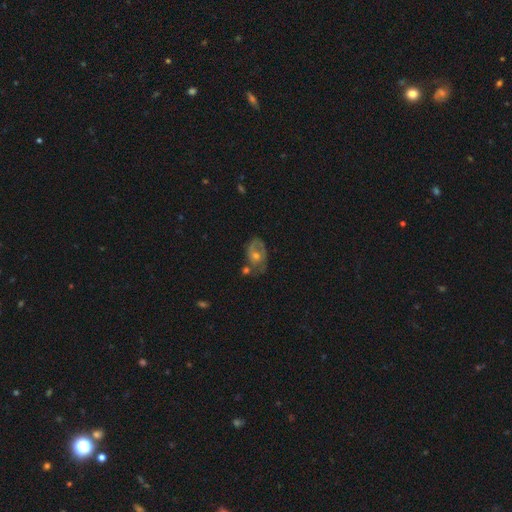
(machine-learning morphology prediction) Smooth or featured?
  - featured or disk: 68% *
  - smooth: 23%
  - star or artifact: 9%
Edge-on disk?
  - no: 96% *
  - yes: 4%
Bar?
  - no: 78% *
  - weak: 18%
  - strong: 4%
Spiral arms?
  - yes: 68% *
  - no: 32%
Bulge size?
  - moderate: 63% *
  - small: 29%
  - large: 5%
  - none: 2%
  - dominant: 1%
Merging?
  - none: 56% *
  - minor disturbance: 22%
  - major disturbance: 11%
  - merger: 11%